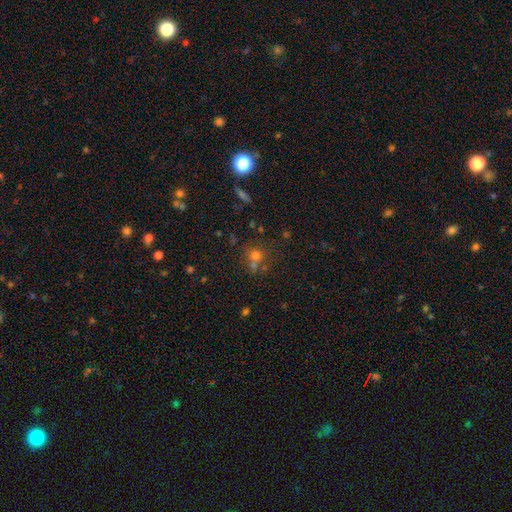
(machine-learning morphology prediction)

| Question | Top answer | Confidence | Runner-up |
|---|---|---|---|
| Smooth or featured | smooth | 66% | star or artifact (21%) |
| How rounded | round | 84% | in between (15%) |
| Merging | none | 52% | merger (33%) |